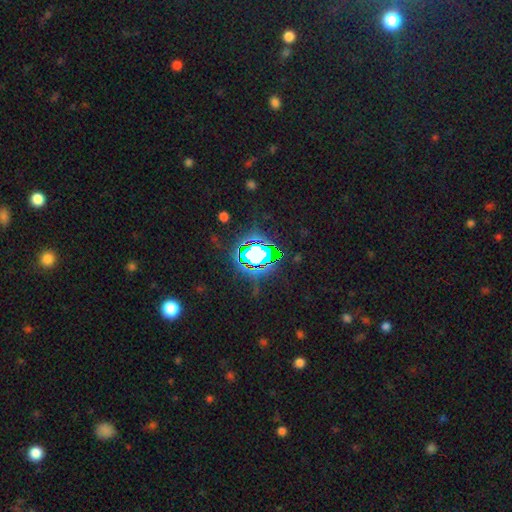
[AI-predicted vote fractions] The model was most divided on "smooth or featured": star or artifact: 71%, smooth: 16%, featured or disk: 13%.